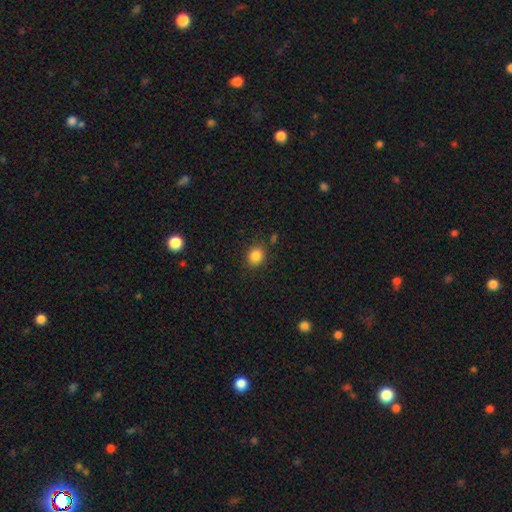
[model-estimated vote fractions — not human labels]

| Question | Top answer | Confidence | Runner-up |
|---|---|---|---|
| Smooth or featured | smooth | 85% | star or artifact (10%) |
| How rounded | round | 69% | in between (30%) |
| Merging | none | 85% | minor disturbance (9%) |